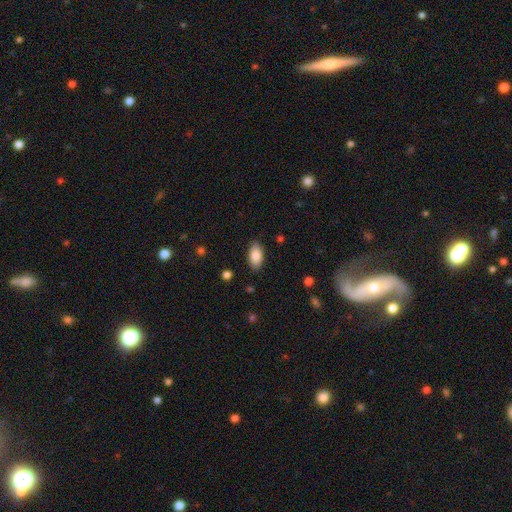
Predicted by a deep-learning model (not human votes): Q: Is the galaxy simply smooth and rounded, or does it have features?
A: smooth — 86%.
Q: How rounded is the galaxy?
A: in between — 94%.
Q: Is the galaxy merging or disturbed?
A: none — 87%.